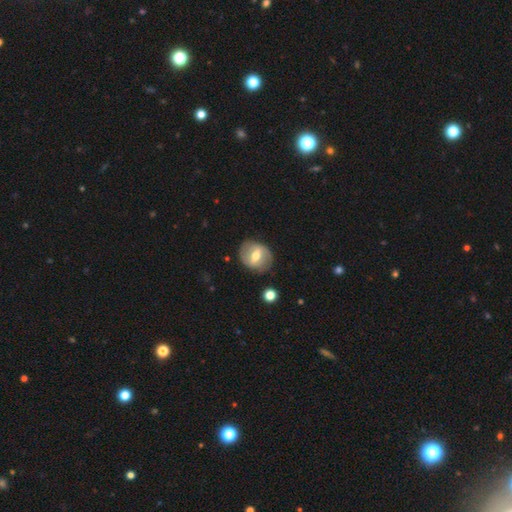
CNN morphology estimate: This appears to be a featured or disk galaxy (59%) with a strong bar (45%), spiral arms (50%, tied with no) and a moderate central bulge (72%). Merging: none (80%).